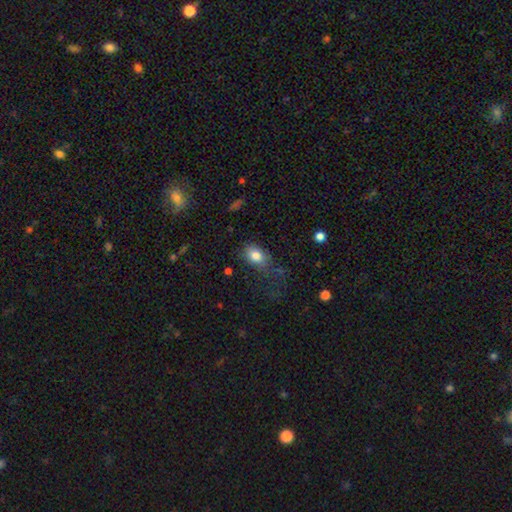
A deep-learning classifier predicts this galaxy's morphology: smooth 81%, featured or disk 10%, star or artifact 9%. Down the decision tree: how rounded — in between (75%); merging — none (53%).